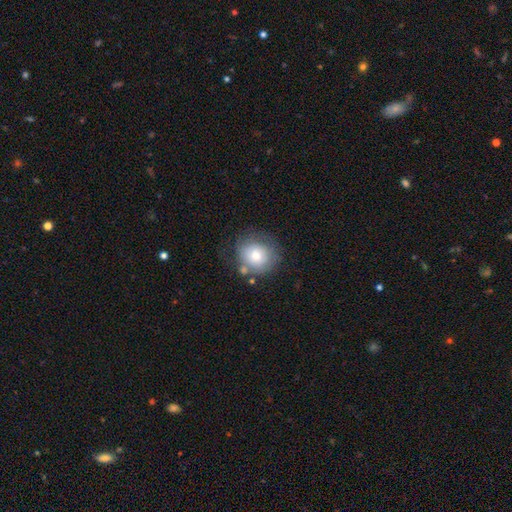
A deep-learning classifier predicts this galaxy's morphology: Smooth or featured: smooth — 69% (featured or disk — 23%)
How rounded: round — 84% (in between — 15%)
Merging: none — 60% (minor disturbance — 22%)